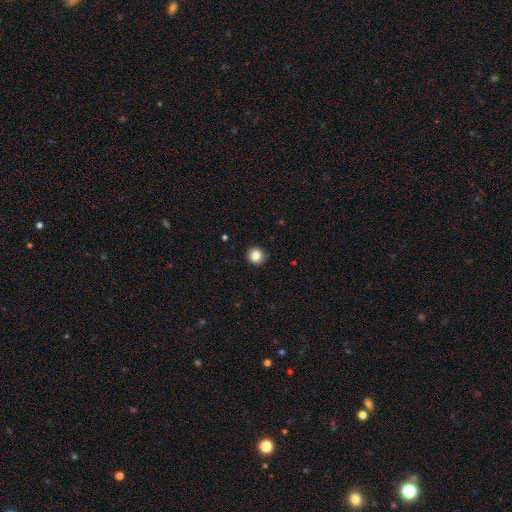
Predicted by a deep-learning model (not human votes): This is clearly a smooth galaxy (84%). How rounded: clearly round (93%). Merging: clearly none (92%).